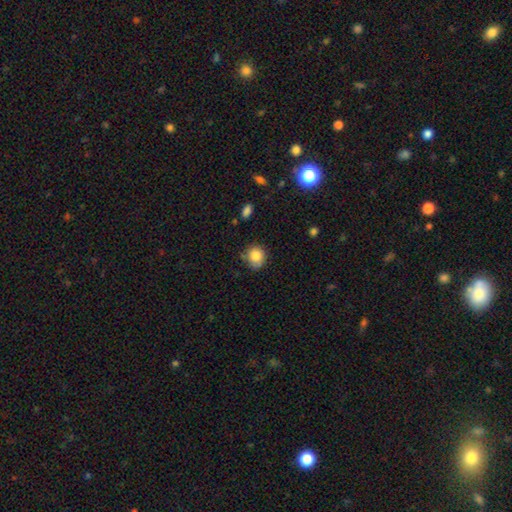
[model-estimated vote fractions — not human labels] Q: Smooth or featured?
A: smooth (84%); runner-up: star or artifact (9%)
Q: How rounded?
A: round (83%); runner-up: in between (16%)
Q: Merging?
A: none (67%); runner-up: minor disturbance (25%)